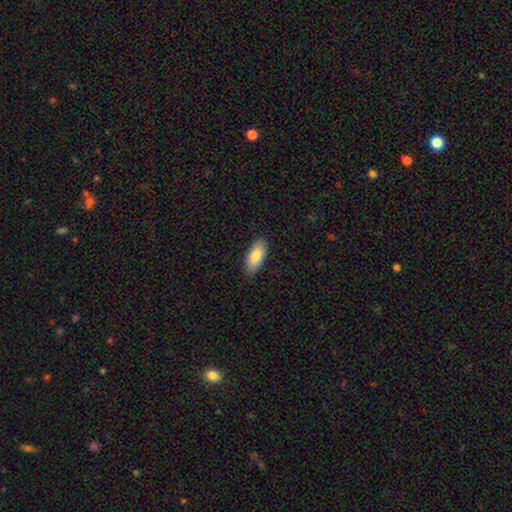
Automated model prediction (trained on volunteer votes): Smooth or featured: smooth — 83% (featured or disk — 11%)
How rounded: in between — 87% (cigar-shaped — 11%)
Merging: none — 87% (minor disturbance — 10%)